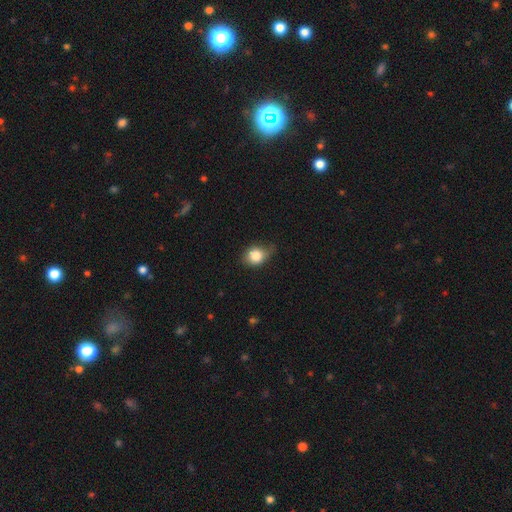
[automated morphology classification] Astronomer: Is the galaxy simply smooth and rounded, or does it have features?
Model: smooth — 82%.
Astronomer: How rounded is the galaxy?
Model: round — 59% (runner-up: in between, 40%).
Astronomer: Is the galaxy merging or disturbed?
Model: none — 55% (runner-up: minor disturbance, 35%).